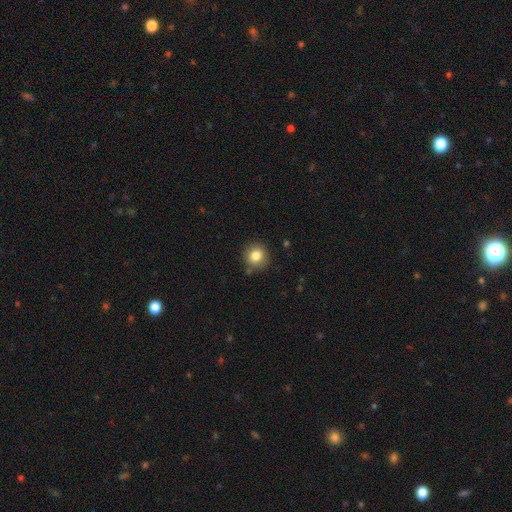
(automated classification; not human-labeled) Smooth or featured: smooth — 82% (star or artifact — 10%)
How rounded: round — 91% (in between — 8%)
Merging: none — 86% (minor disturbance — 9%)